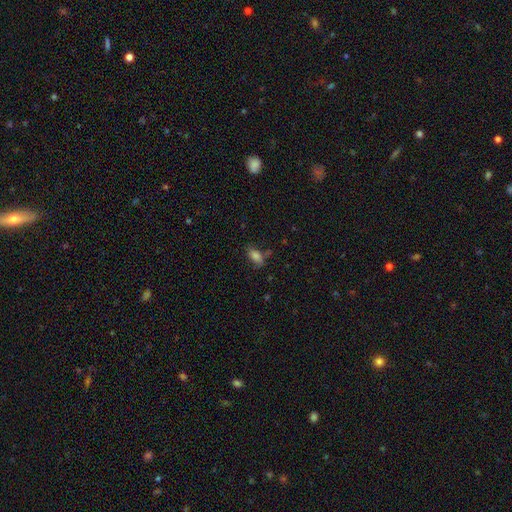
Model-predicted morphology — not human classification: A smooth galaxy with no disk features (80%) that is in between round and cigar-shaped (88%). Merging: none (63%).